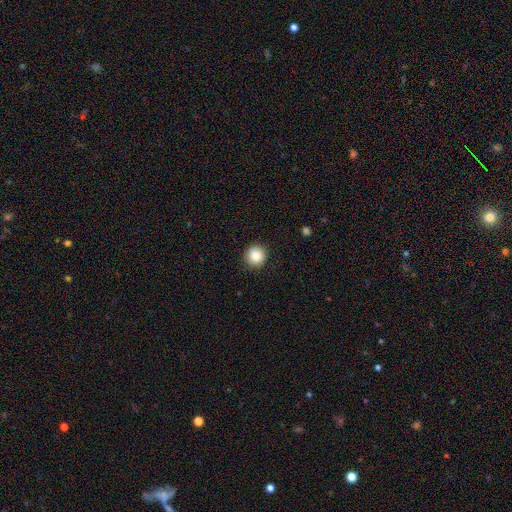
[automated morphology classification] This appears to be a smooth galaxy with no disk features (85%) that is round (94%). Merging: none (90%).